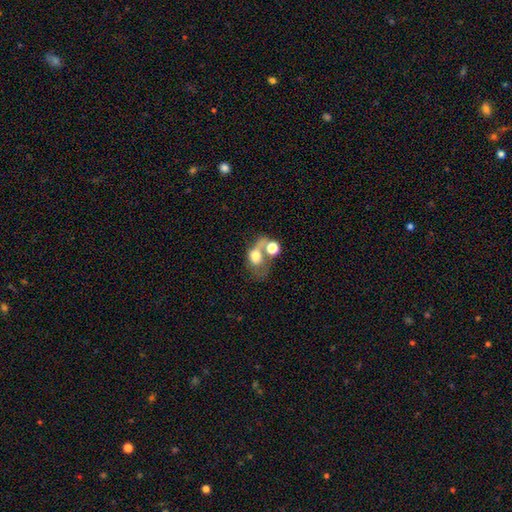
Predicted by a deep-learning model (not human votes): Overall: smooth (58%; featured or disk 30%). How rounded: in between (58%; round 41%). Merging: merger (50%; major disturbance 21%).